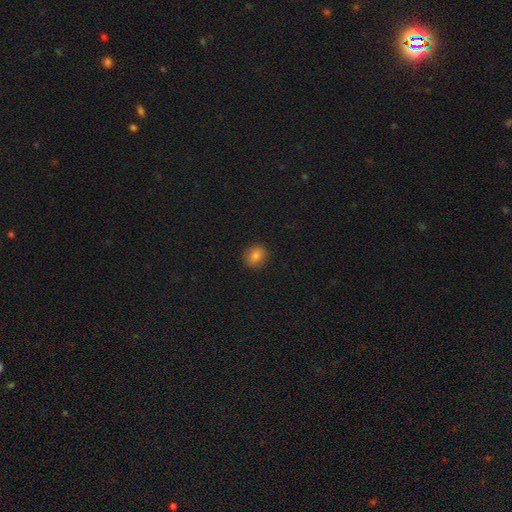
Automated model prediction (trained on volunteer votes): Smooth or featured? Predicted: smooth (p=0.81). How rounded? Predicted: round (p=0.77). Merging? Predicted: none (p=0.90).